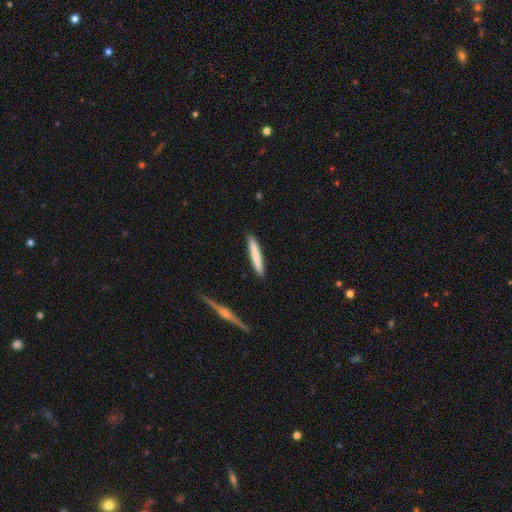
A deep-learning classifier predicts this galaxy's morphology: Smooth or featured?
  - smooth: 70% *
  - featured or disk: 25%
  - star or artifact: 5%
How rounded?
  - cigar-shaped: 94% *
  - in between: 5%
  - round: 1%
Merging?
  - none: 88% *
  - minor disturbance: 9%
  - merger: 2%
  - major disturbance: 2%